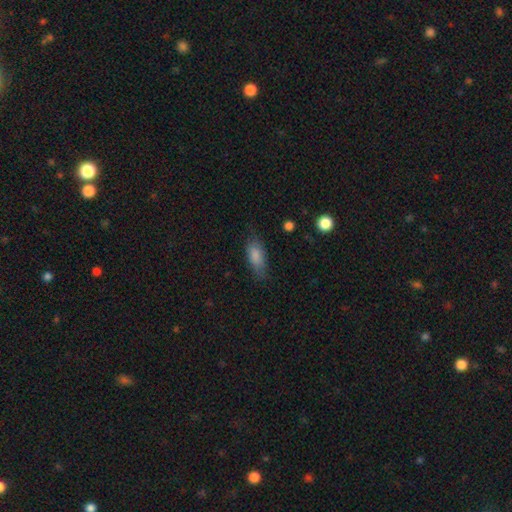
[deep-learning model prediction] Smooth or featured?
  - smooth: 83% *
  - featured or disk: 10%
  - star or artifact: 7%
How rounded?
  - in between: 82% *
  - cigar-shaped: 15%
  - round: 3%
Merging?
  - none: 68% *
  - minor disturbance: 24%
  - major disturbance: 7%
  - merger: 2%